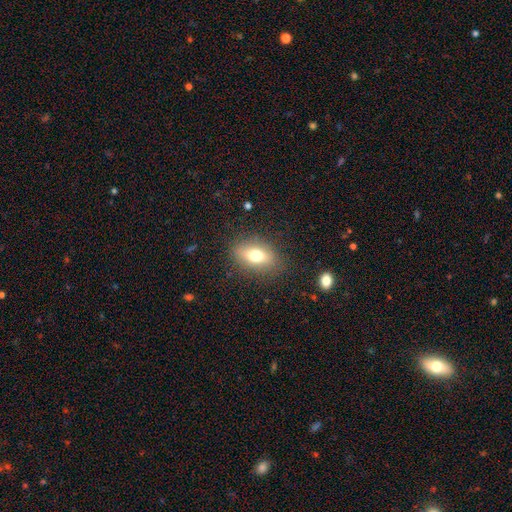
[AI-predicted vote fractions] smooth-or-featured: smooth: 70% | featured or disk: 20% | star or artifact: 10%
  how-rounded: in between: 79% | round: 15% | cigar-shaped: 6%
  merging: none: 84% | minor disturbance: 11% | major disturbance: 4% | merger: 1%